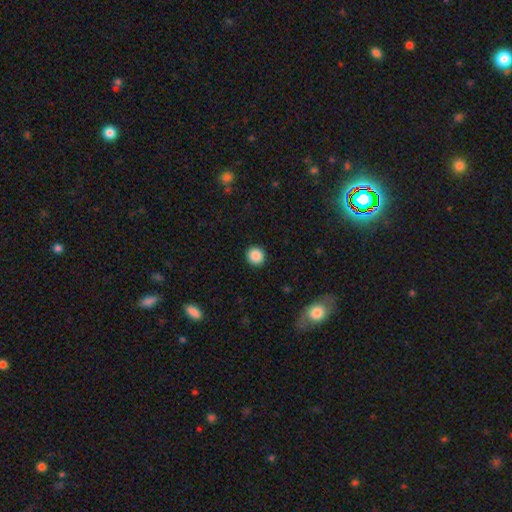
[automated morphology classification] Smooth or featured?
  - smooth: 88% *
  - star or artifact: 9%
  - featured or disk: 3%
How rounded?
  - round: 91% *
  - in between: 8%
  - cigar-shaped: 1%
Merging?
  - none: 92% *
  - minor disturbance: 5%
  - major disturbance: 2%
  - merger: 1%